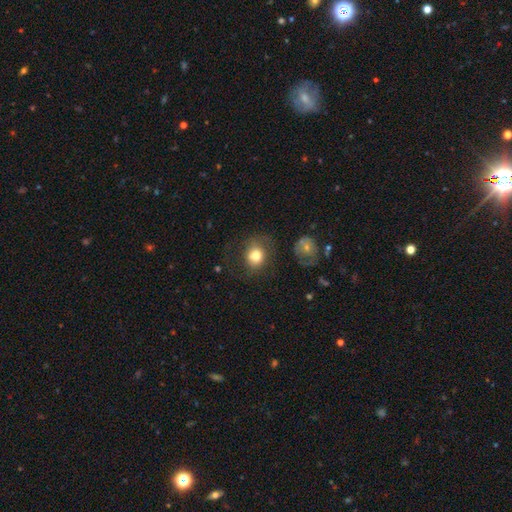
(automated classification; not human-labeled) The model was most divided on "how rounded": round: 65%, in between: 34%, cigar-shaped: 1%. More confident: smooth or featured — smooth (76%); merging — none (56%).